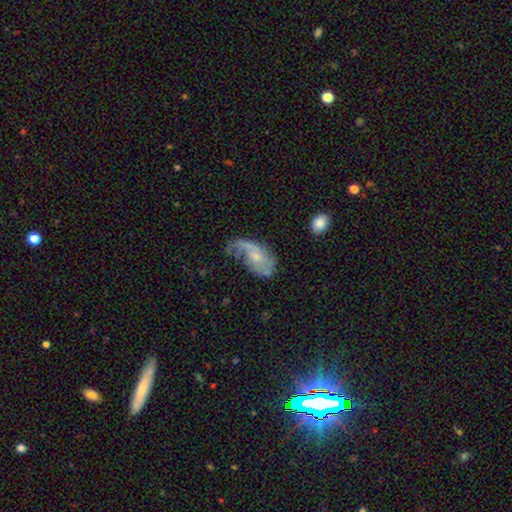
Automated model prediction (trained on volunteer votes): Q: Smooth or featured?
A: featured or disk (65%); runner-up: smooth (27%)
Q: Edge-on disk?
A: no (95%); runner-up: yes (5%)
Q: Bar?
A: no (69%); runner-up: weak (27%)
Q: Spiral arms?
A: yes (79%); runner-up: no (21%)
Q: Bulge size?
A: small (57%); runner-up: moderate (29%)
Q: Merging?
A: major disturbance (35%); runner-up: none (33%)